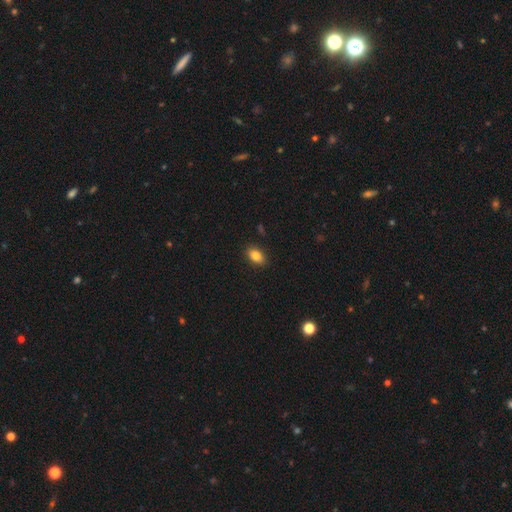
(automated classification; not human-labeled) Morphology: type=smooth (84%); roundness=in between (87%); merging=none (89%).